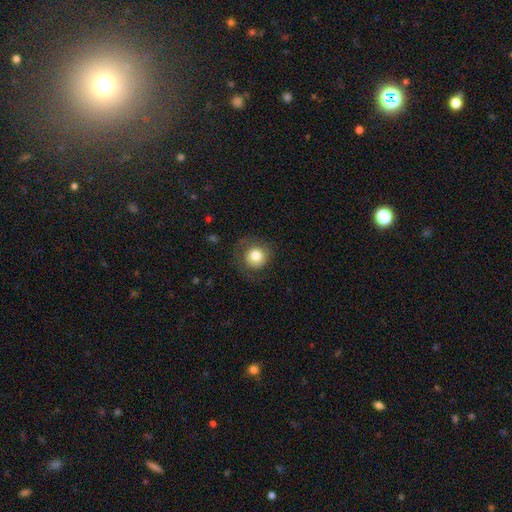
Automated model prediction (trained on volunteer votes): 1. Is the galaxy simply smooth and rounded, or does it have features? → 78% smooth, 14% featured or disk, 9% star or artifact.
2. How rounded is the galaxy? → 90% round, 9% in between, 1% cigar-shaped.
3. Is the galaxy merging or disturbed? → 71% none, 16% minor disturbance, 11% major disturbance, 1% merger.